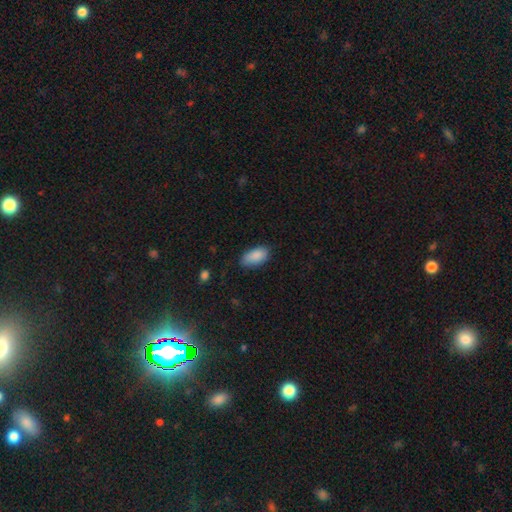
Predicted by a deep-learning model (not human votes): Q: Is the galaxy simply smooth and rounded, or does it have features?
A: smooth — 89%.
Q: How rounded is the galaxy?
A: in between — 93%.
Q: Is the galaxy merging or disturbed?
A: none — 77%.